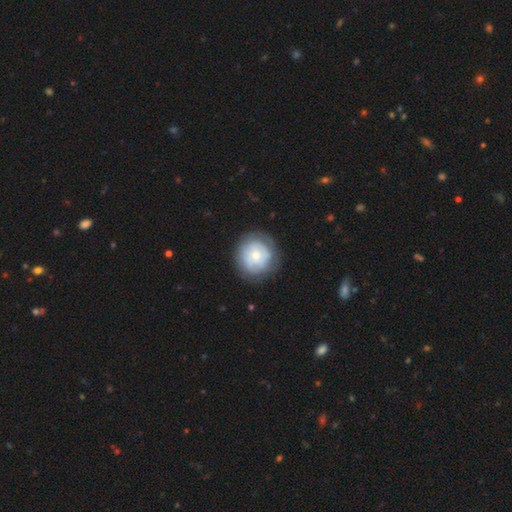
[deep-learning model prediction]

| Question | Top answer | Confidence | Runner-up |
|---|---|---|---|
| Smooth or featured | smooth | 57% | featured or disk (36%) |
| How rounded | round | 90% | in between (9%) |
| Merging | none | 77% | minor disturbance (15%) |